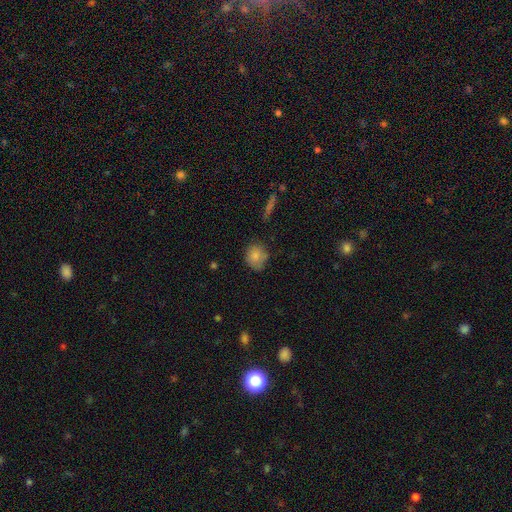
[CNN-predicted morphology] Smooth or featured: smooth — 82% (featured or disk — 9%)
How rounded: round — 68% (in between — 31%)
Merging: none — 66% (minor disturbance — 25%)